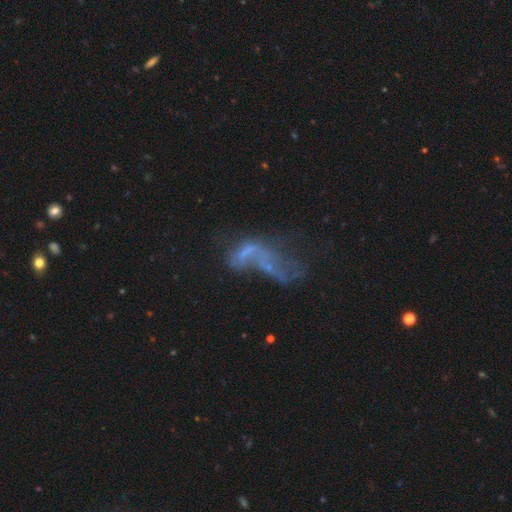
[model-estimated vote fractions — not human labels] This is possibly a featured or disk galaxy (54%). It is clearly not viewed edge-on (93%). Bar: clearly no (83%). Spiral arm pattern: clearly no (84%). Central bulge: likely none (73%). Merging: marginally major disturbance (38%).